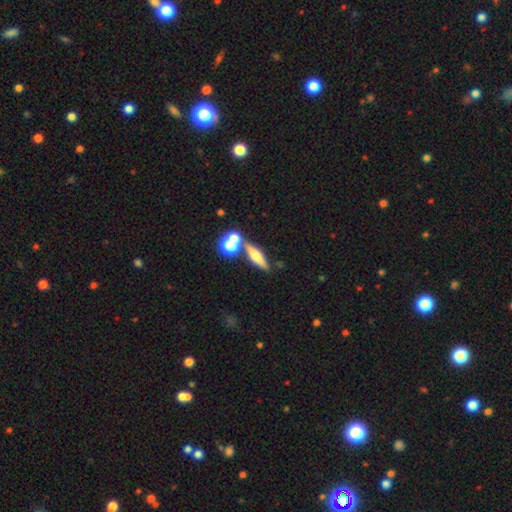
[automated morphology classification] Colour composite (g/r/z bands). It shows a featured or disk galaxy (45%). Merging: none (66%).